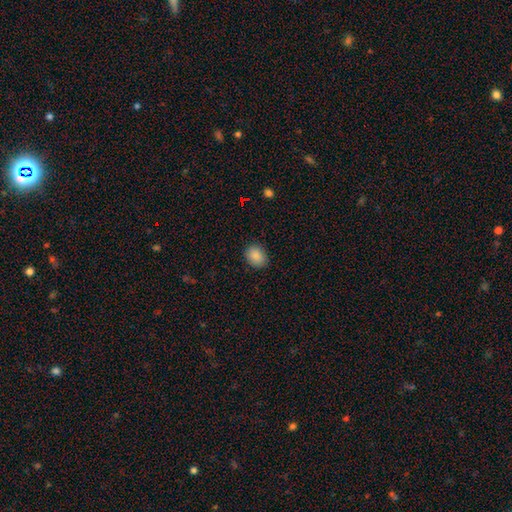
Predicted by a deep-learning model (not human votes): This appears to be a smooth galaxy with no disk features (88%) that is round (50%). Merging: none (87%).